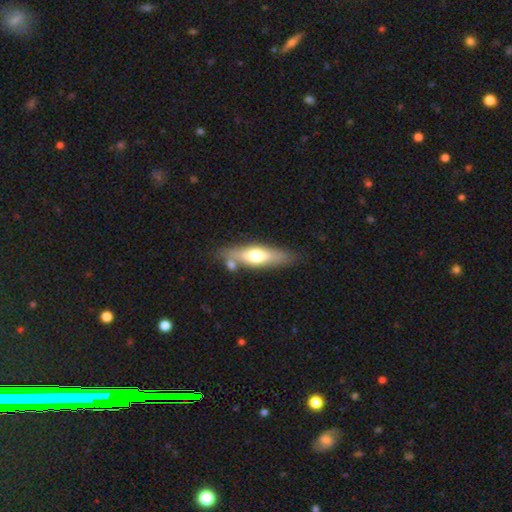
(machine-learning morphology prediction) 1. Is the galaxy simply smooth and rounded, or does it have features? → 51% smooth, 43% featured or disk, 6% star or artifact.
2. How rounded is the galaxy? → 57% cigar-shaped, 40% in between, 3% round.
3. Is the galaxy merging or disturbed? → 69% none, 14% minor disturbance, 12% merger, 4% major disturbance.